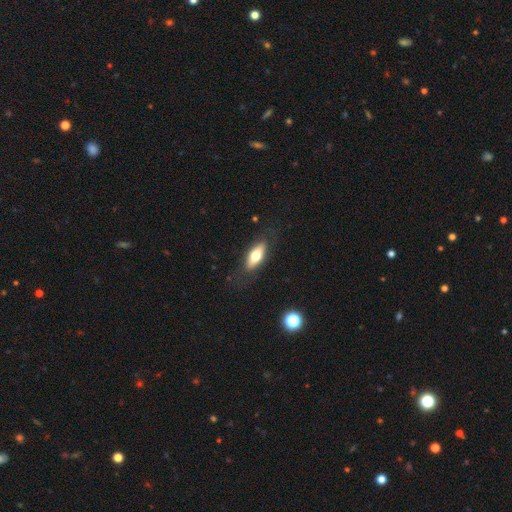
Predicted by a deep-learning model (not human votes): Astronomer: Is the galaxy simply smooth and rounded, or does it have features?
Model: smooth — 65%.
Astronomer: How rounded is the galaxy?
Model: in between — 71%.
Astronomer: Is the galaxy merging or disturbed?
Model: none — 82%.